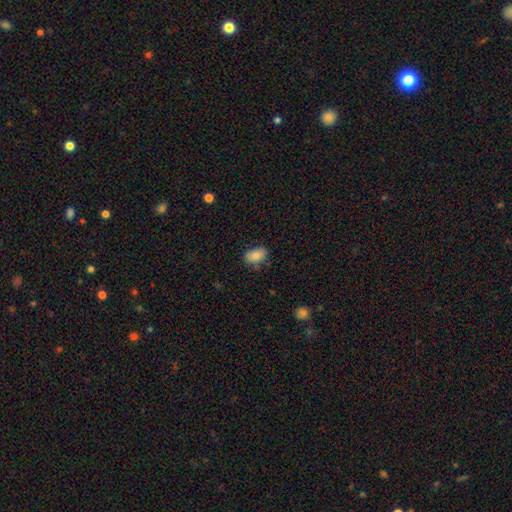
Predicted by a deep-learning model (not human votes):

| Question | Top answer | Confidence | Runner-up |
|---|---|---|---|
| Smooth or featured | smooth | 81% | featured or disk (11%) |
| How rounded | in between | 87% | round (12%) |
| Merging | none | 75% | minor disturbance (19%) |